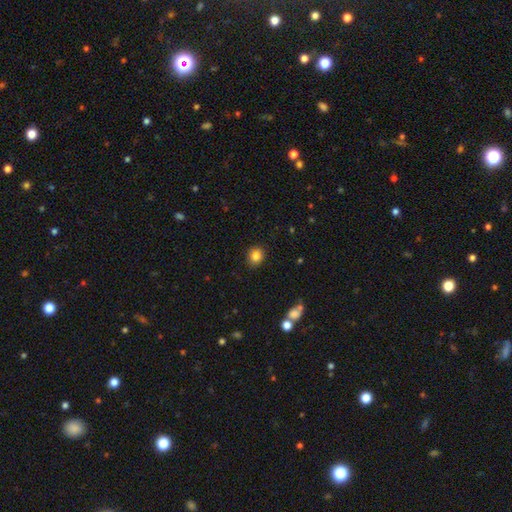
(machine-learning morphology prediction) A smooth galaxy with no disk features (84%) that is round (67%).

Vote fractions:
- Smooth or featured? smooth: 84% / star or artifact: 10% / featured or disk: 6%
- How rounded? round: 67% / in between: 32% / cigar-shaped: 1%
- Merging? none: 88% / minor disturbance: 8% / major disturbance: 2% / merger: 1%